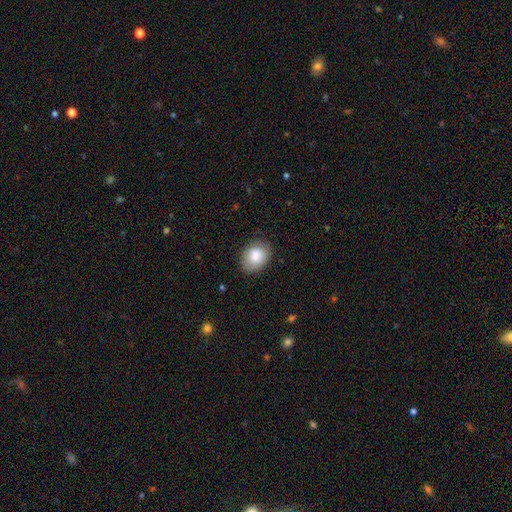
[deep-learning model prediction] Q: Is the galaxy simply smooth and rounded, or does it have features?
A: smooth — 84%.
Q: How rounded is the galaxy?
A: in between — 66%.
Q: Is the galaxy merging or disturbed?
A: none — 78%.